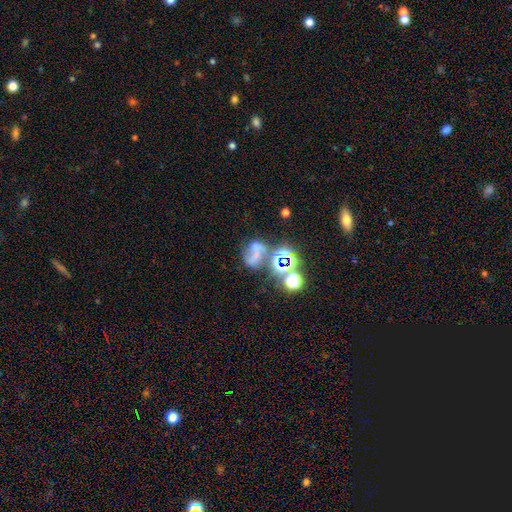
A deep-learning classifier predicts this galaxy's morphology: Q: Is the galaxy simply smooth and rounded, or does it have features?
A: featured or disk — 40%.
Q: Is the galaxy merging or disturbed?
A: none — 37%.